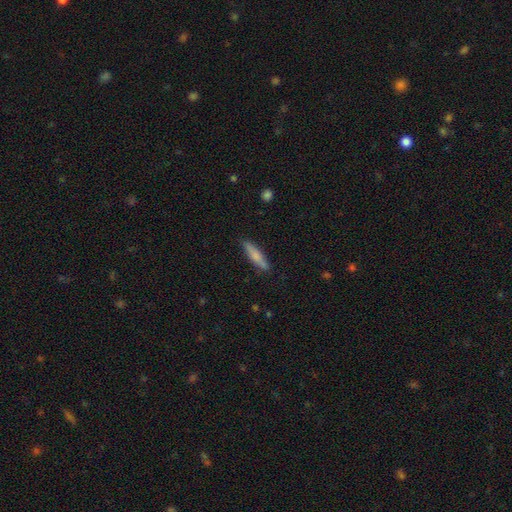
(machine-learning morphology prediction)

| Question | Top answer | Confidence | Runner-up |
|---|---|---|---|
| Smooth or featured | smooth | 74% | featured or disk (21%) |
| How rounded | cigar-shaped | 78% | in between (21%) |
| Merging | none | 83% | minor disturbance (13%) |